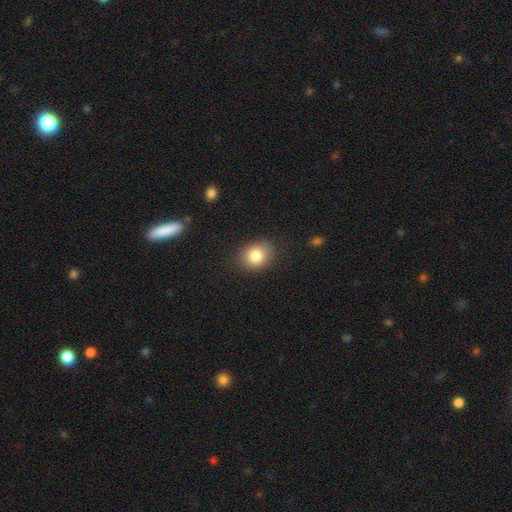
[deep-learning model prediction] A smooth galaxy with no disk features (83%) that is round (56%). Merging: none (85%).